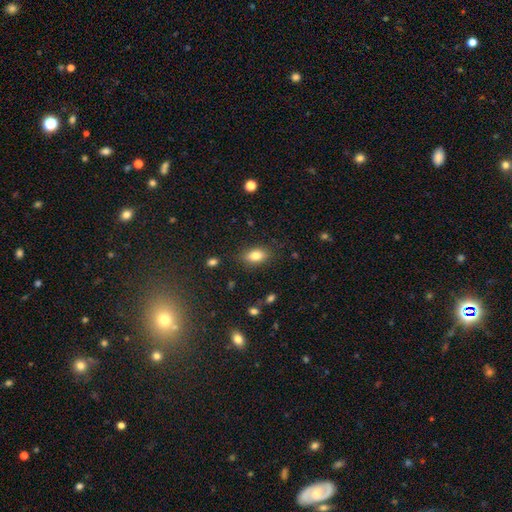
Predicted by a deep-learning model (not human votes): Overall: smooth (80%). How rounded: in between (85%). Merging: none (84%).